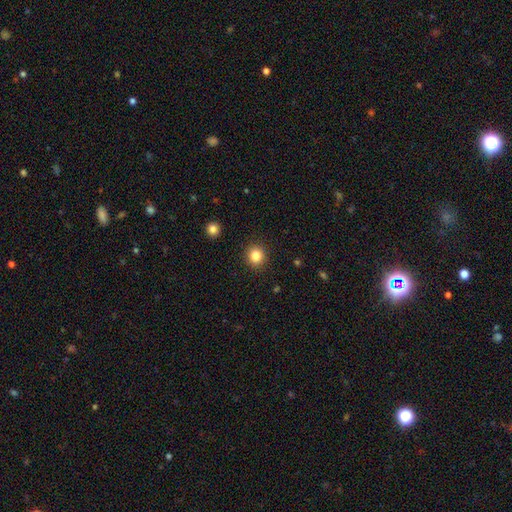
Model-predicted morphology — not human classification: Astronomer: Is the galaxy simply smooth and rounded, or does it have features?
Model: smooth — 84%.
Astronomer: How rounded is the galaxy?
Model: round — 89%.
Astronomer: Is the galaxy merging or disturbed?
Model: none — 91%.